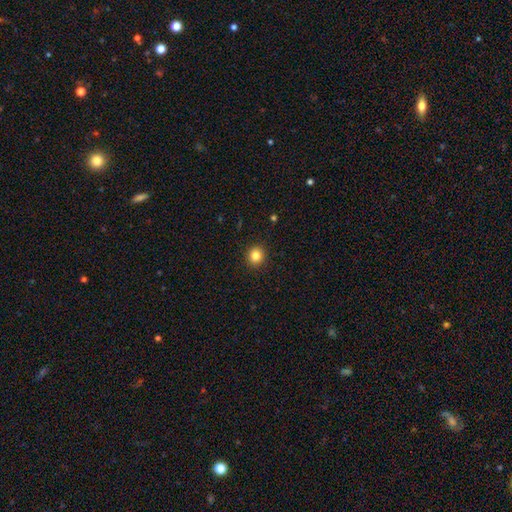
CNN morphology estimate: A smooth galaxy with no disk features (83%) that is round (89%). Merging: none (92%).